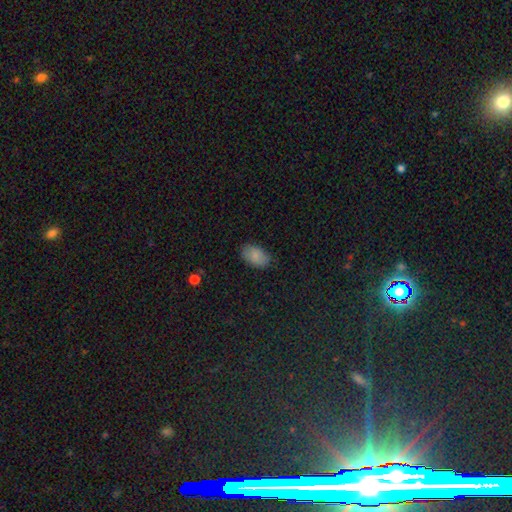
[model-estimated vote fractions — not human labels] smooth 85%, star or artifact 8%, featured or disk 7%. Down the decision tree: how rounded — in between (92%); merging — none (83%).